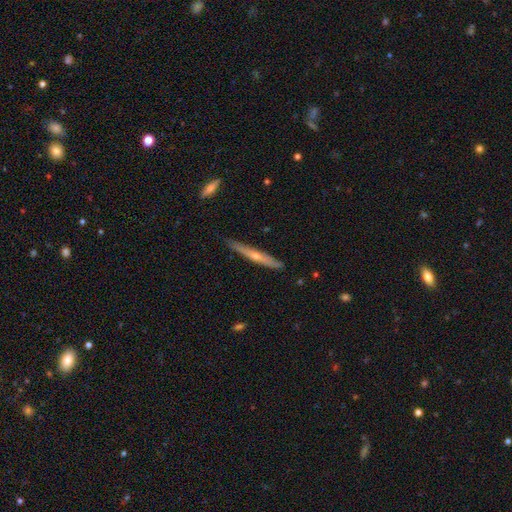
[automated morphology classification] A featured or disk galaxy (62%) viewed edge-on (96%) with a rounded central bulge (72%). Merging: none (85%).